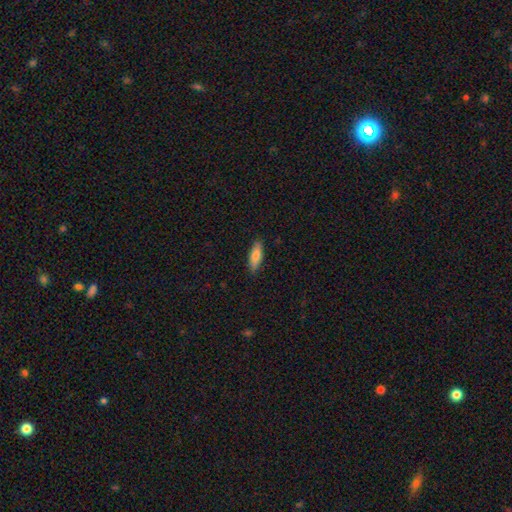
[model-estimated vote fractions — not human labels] Smooth or featured: smooth — 77% (featured or disk — 17%)
How rounded: in between — 54% (cigar-shaped — 44%)
Merging: none — 87% (minor disturbance — 10%)